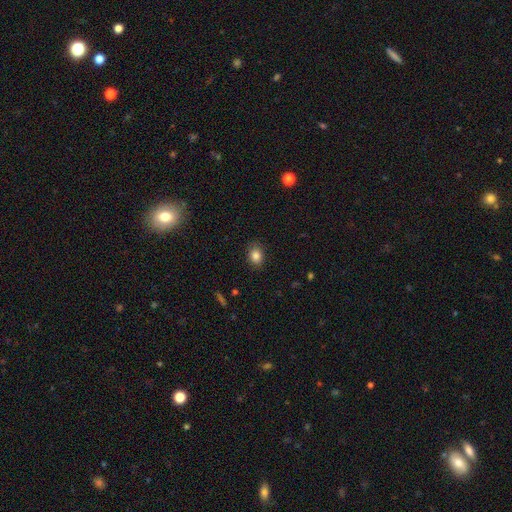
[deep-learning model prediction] Smooth or featured: smooth — 85% (star or artifact — 10%)
How rounded: in between — 58% (round — 41%)
Merging: none — 85% (minor disturbance — 11%)